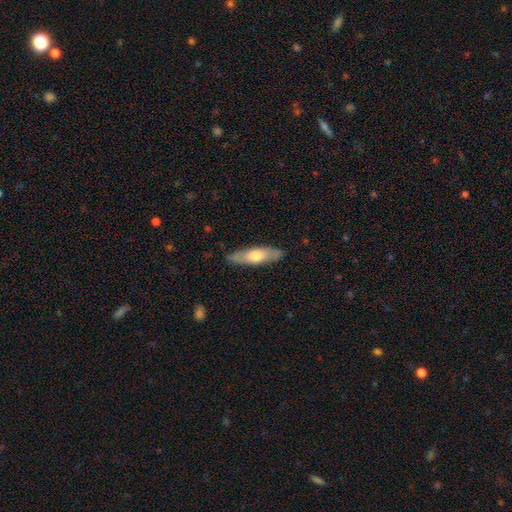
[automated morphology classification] This is possibly a smooth galaxy (57%). How rounded: likely cigar-shaped (60%). Merging: clearly none (86%).